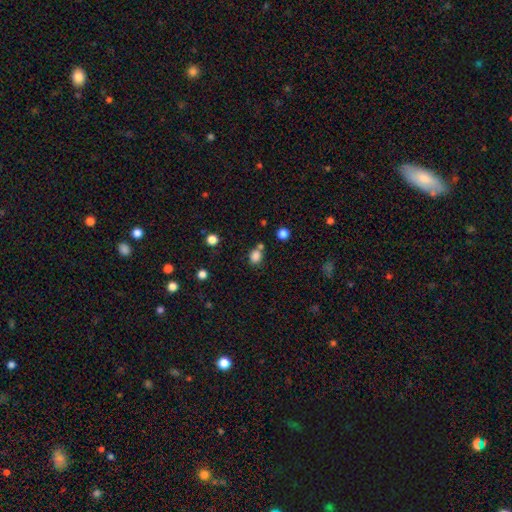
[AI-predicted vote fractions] Smooth or featured? smooth (82%)
How rounded? round (65%)
Merging? none (62%)